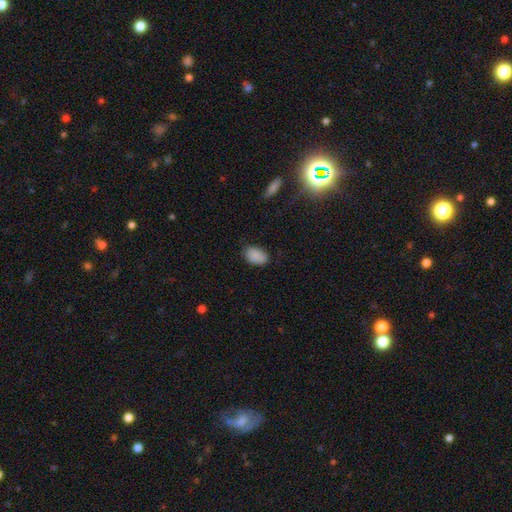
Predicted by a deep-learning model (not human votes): smooth_or_featured: smooth (p=0.87) [alt: star or artifact p=0.08]
how_rounded: in between (p=0.88) [alt: round p=0.11]
merging: none (p=0.77) [alt: minor disturbance p=0.18]